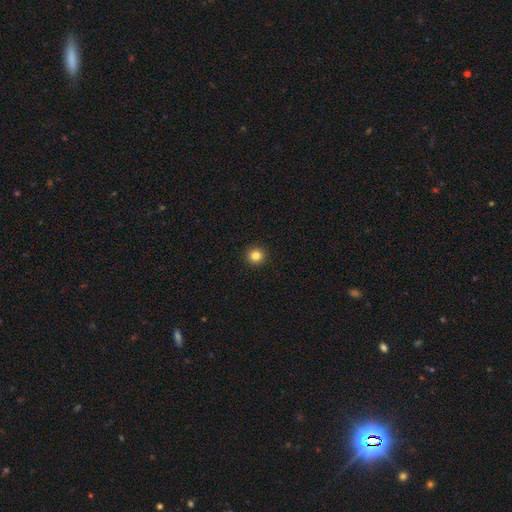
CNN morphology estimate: smooth-or-featured: smooth: 84% | star or artifact: 12% | featured or disk: 4%
  how-rounded: round: 94% | in between: 5% | cigar-shaped: 1%
  merging: none: 93% | minor disturbance: 4% | major disturbance: 1% | merger: 1%